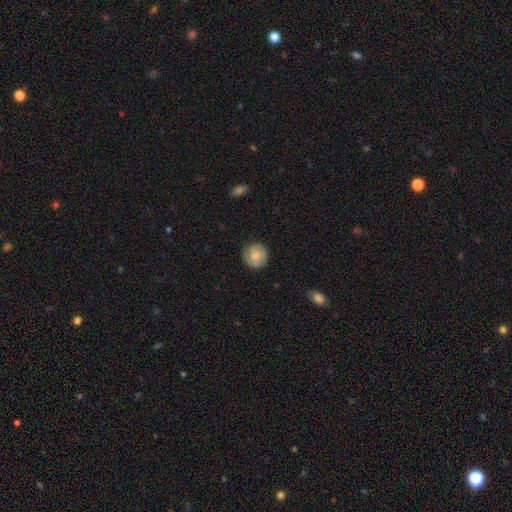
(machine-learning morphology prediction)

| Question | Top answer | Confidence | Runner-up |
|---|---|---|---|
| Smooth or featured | smooth | 59% | featured or disk (34%) |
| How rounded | round | 91% | in between (8%) |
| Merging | none | 80% | minor disturbance (16%) |